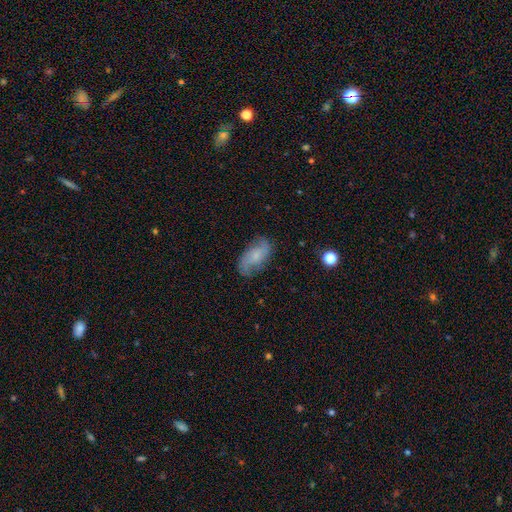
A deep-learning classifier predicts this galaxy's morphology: This is possibly a featured or disk galaxy (48%). Merging: likely none (71%).